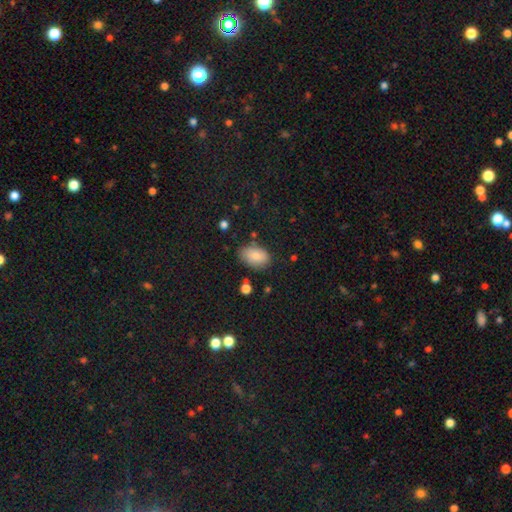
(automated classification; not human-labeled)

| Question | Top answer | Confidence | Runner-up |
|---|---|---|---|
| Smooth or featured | smooth | 83% | featured or disk (9%) |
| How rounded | in between | 88% | round (11%) |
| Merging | none | 72% | minor disturbance (20%) |